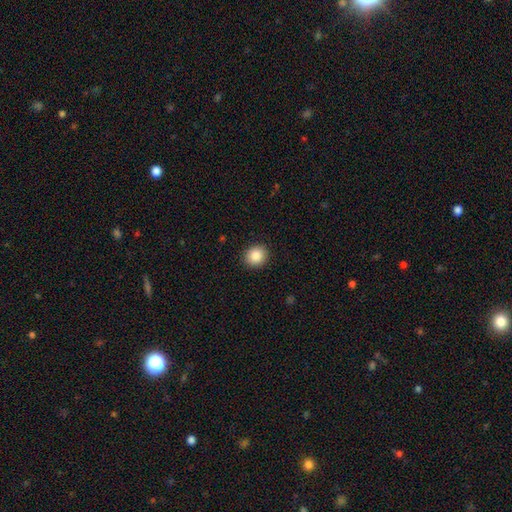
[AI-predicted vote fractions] Morphology: type=smooth (87%); roundness=round (81%); merging=none (91%).